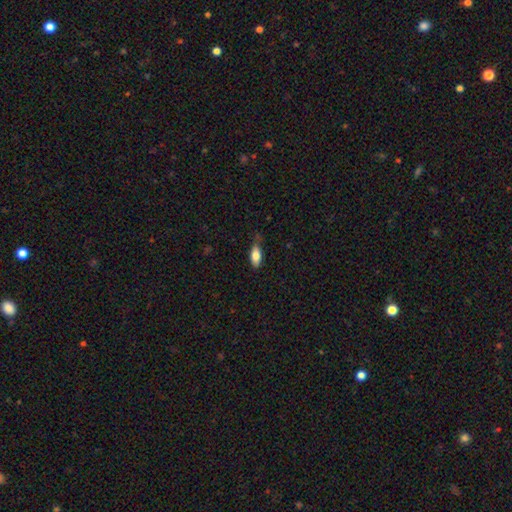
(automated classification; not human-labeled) Smooth or featured? smooth (78%)
How rounded? in between (82%)
Merging? none (65%)